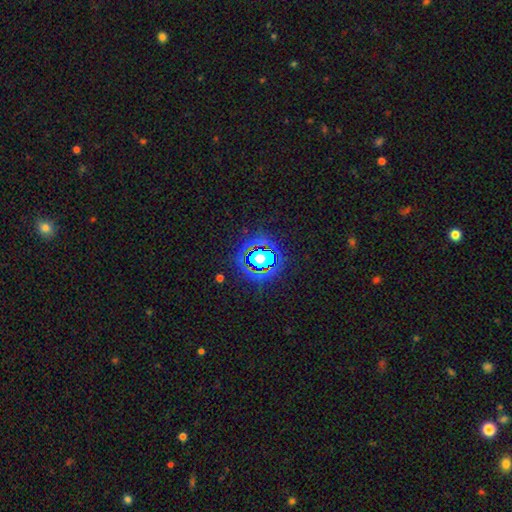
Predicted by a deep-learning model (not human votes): smooth_or_featured: star or artifact (p=0.54) [alt: smooth p=0.32]